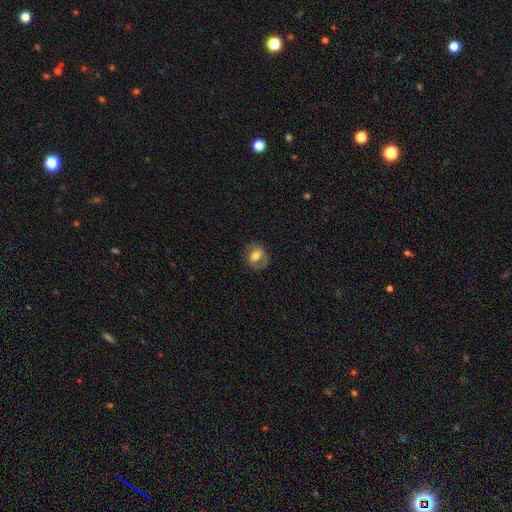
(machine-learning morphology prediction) Smooth or featured?
  - featured or disk: 50% *
  - smooth: 42%
  - star or artifact: 8%
Edge-on disk?
  - no: 94% *
  - yes: 6%
Merging?
  - none: 73% *
  - minor disturbance: 17%
  - major disturbance: 9%
  - merger: 1%